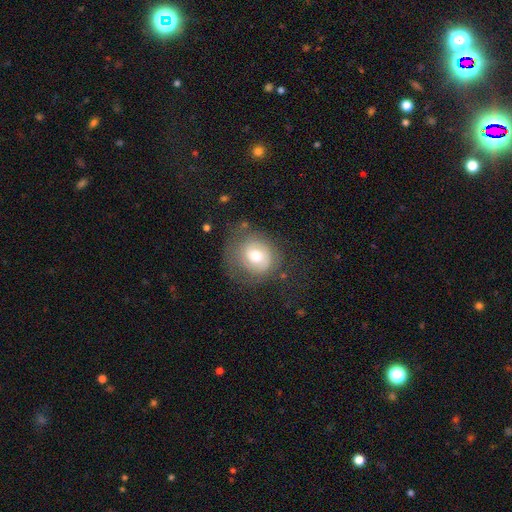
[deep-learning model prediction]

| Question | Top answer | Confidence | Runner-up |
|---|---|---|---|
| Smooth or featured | smooth | 52% | featured or disk (39%) |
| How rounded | round | 81% | in between (18%) |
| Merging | none | 61% | minor disturbance (22%) |